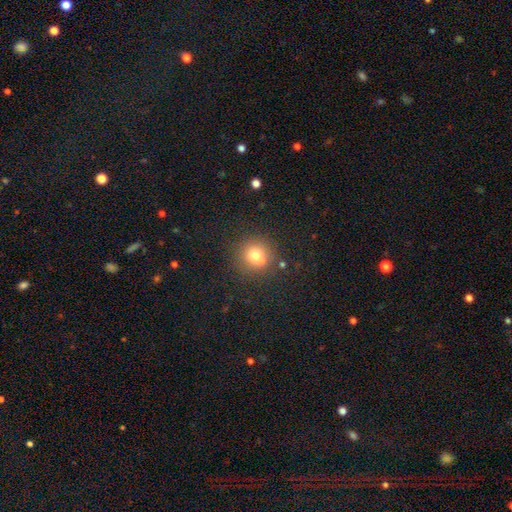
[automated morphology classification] This is likely a smooth galaxy (74%). How rounded: clearly round (90%). Merging: likely none (72%).